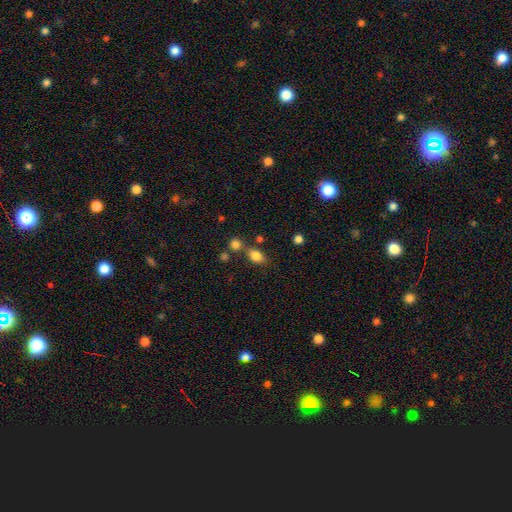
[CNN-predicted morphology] This appears to be a smooth galaxy with no disk features (82%) that is in between round and cigar-shaped (76%). Merging: none (63%).